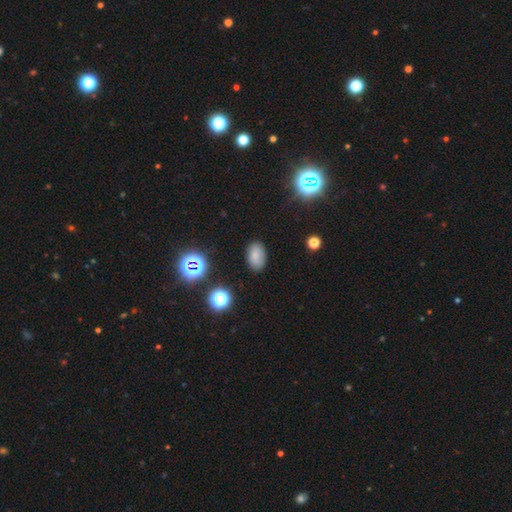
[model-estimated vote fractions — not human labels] This appears to be a smooth galaxy with no disk features (79%) that is in between round and cigar-shaped (89%). Merging: none (85%).